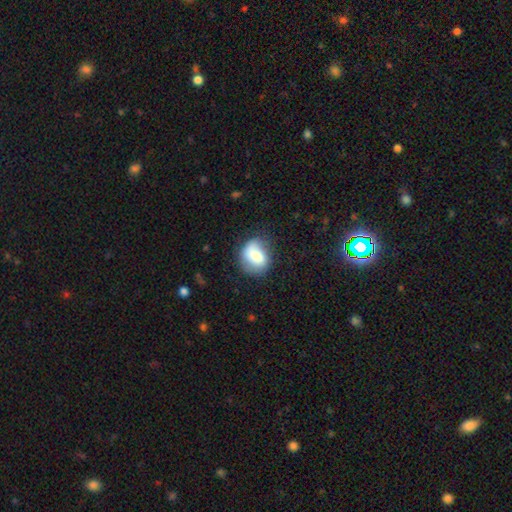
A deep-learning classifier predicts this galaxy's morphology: smooth_or_featured: smooth (p=0.70) [alt: featured or disk p=0.23]
how_rounded: round (p=0.58) [alt: in between p=0.41]
merging: none (p=0.67) [alt: minor disturbance p=0.23]